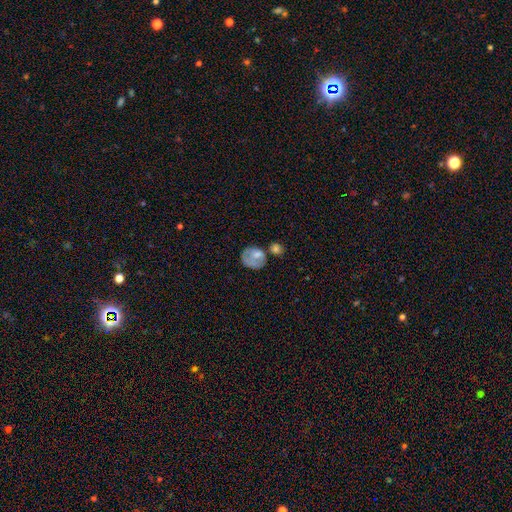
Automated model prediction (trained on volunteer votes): Smooth or featured? Predicted: smooth (p=0.64). How rounded? Predicted: round (p=0.53). Merging? Predicted: none (p=0.37).